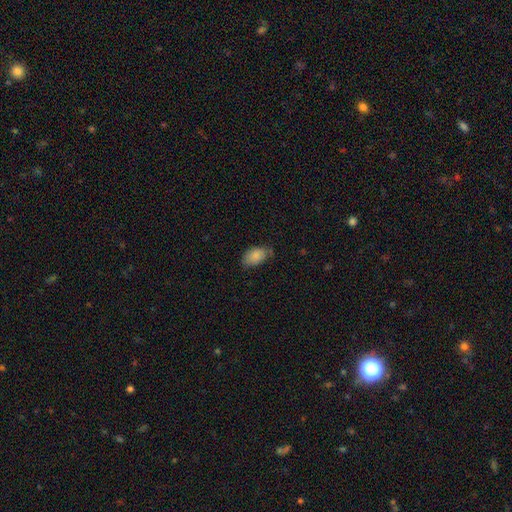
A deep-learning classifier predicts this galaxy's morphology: smooth 85%, featured or disk 7%, star or artifact 7%. Down the decision tree: how rounded — in between (93%); merging — none (59%).